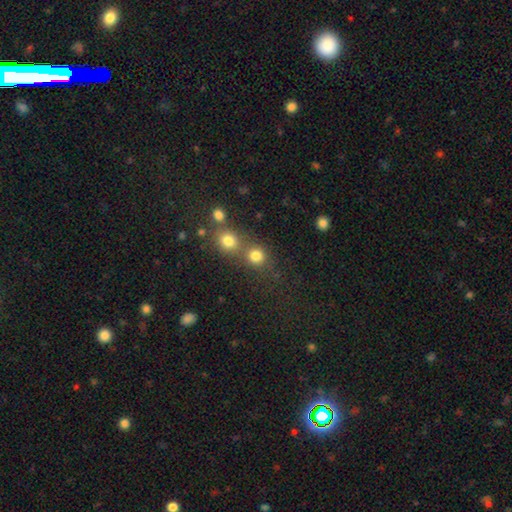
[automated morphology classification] type=smooth (80%); roundness=round (87%); merging=none (55%).